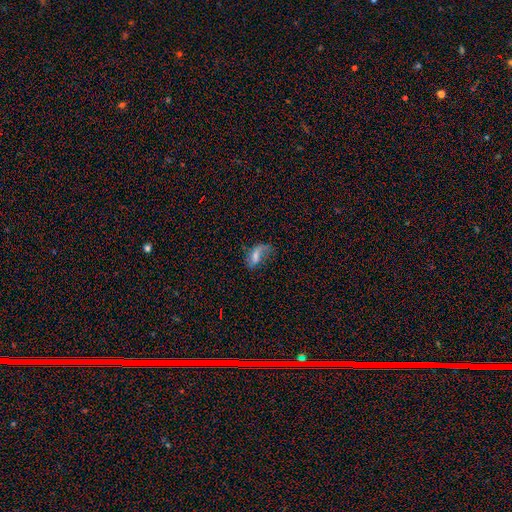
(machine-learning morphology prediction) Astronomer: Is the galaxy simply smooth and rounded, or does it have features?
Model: featured or disk — 49% (runner-up: smooth, 40%).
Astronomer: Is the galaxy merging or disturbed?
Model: none — 41% (runner-up: major disturbance, 29%).